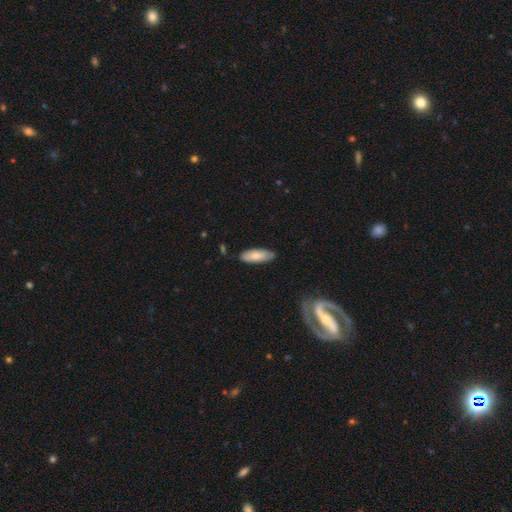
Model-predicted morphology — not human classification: Q: Smooth or featured?
A: smooth (78%); runner-up: featured or disk (17%)
Q: How rounded?
A: in between (66%); runner-up: cigar-shaped (33%)
Q: Merging?
A: none (82%); runner-up: minor disturbance (14%)